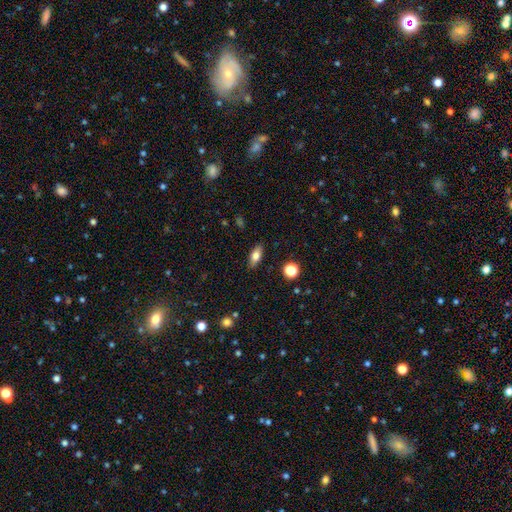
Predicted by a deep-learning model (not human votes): A smooth galaxy with no disk features (74%) that is in between round and cigar-shaped (80%). Merging: none (88%).